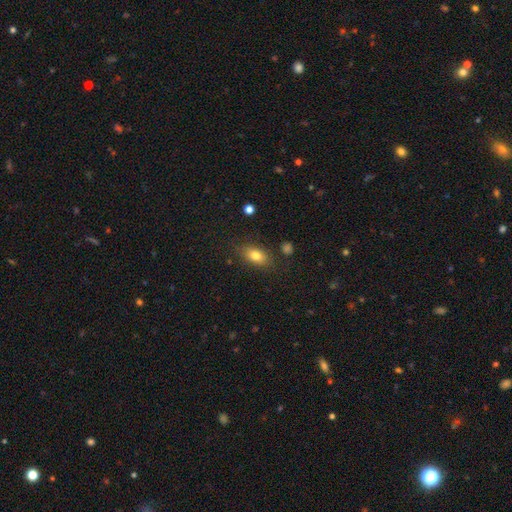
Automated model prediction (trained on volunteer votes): smooth-or-featured: smooth: 79% | featured or disk: 11% | star or artifact: 9%
  how-rounded: in between: 84% | round: 12% | cigar-shaped: 4%
  merging: none: 80% | minor disturbance: 14% | major disturbance: 4% | merger: 2%